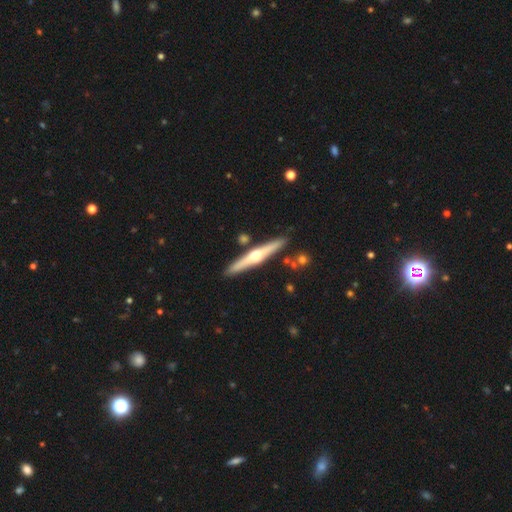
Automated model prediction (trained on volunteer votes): Smooth or featured? Predicted: featured or disk (p=0.71). Edge-on disk? Predicted: yes (p=0.97). Edge-on bulge? Predicted: rounded (p=0.92). Merging? Predicted: none (p=0.88).